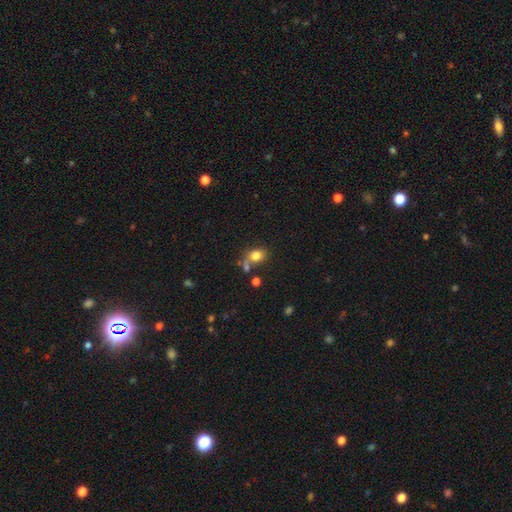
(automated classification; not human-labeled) smooth 79%, star or artifact 11%, featured or disk 10%. Down the decision tree: how rounded — in between (55%); merging — none (53%).